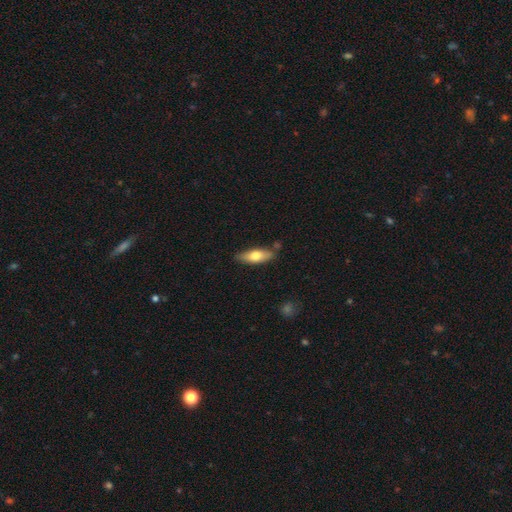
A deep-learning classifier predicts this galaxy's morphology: Smooth or featured? smooth (63%)
How rounded? in between (62%)
Merging? none (77%)